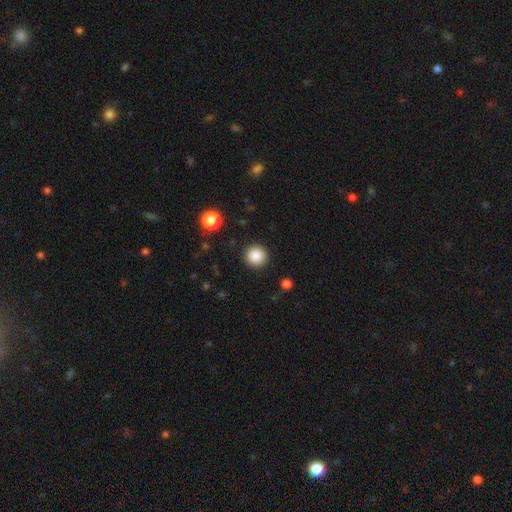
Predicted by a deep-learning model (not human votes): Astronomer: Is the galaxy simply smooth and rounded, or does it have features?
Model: smooth — 87%.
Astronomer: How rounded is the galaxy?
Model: round — 95%.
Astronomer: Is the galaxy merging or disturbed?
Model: none — 91%.